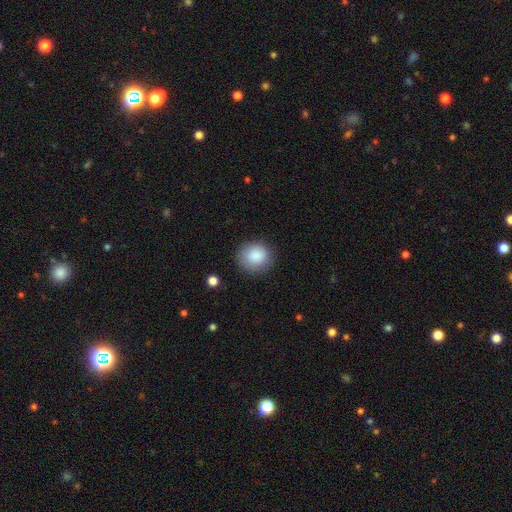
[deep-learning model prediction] A smooth galaxy with no disk features (87%) that is round (82%).

Vote fractions:
- Smooth or featured? smooth: 87% / star or artifact: 8% / featured or disk: 5%
- How rounded? round: 82% / in between: 17% / cigar-shaped: 1%
- Merging? none: 85% / minor disturbance: 10% / major disturbance: 3% / merger: 1%